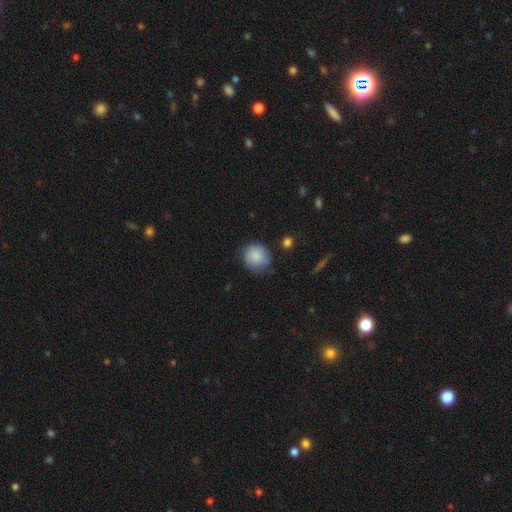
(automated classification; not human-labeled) Smooth or featured? smooth (83%)
How rounded? round (85%)
Merging? none (61%)